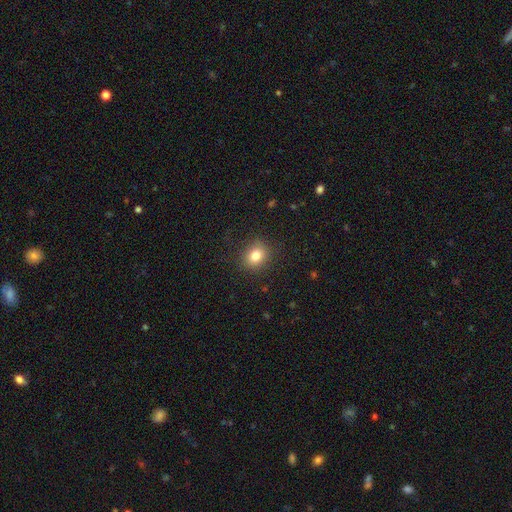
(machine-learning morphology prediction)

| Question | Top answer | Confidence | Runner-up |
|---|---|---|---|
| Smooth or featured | smooth | 82% | star or artifact (11%) |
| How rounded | round | 66% | in between (33%) |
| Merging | none | 88% | minor disturbance (8%) |